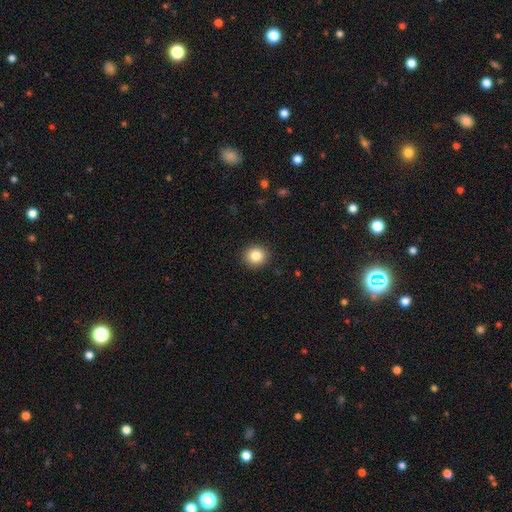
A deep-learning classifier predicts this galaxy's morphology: Smooth or featured: smooth — 85% (star or artifact — 10%)
How rounded: round — 86% (in between — 13%)
Merging: none — 92% (minor disturbance — 6%)